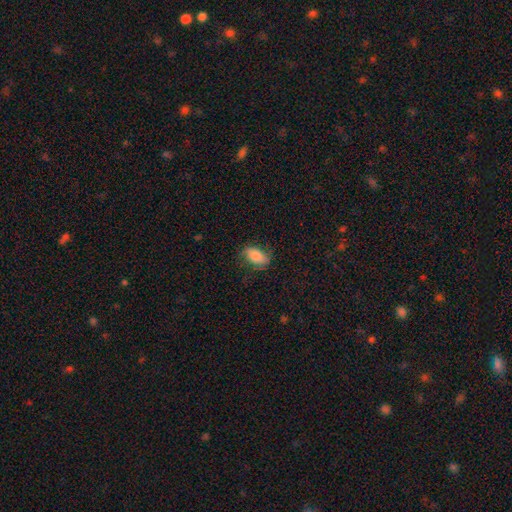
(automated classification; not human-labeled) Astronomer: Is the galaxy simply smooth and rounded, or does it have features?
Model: smooth — 76%.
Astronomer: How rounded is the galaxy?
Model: in between — 91%.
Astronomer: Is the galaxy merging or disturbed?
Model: none — 68%.